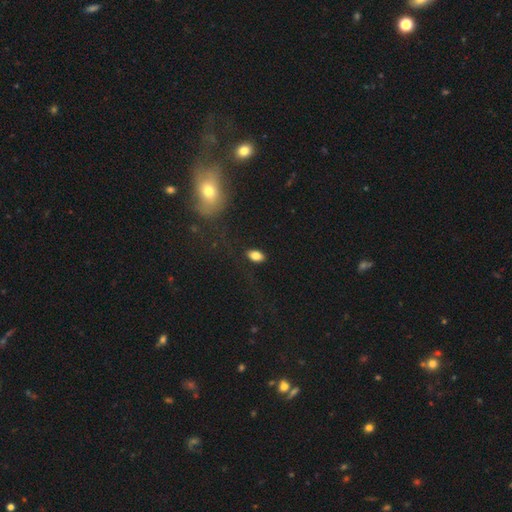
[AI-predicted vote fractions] A smooth galaxy with no disk features (82%) that is in between round and cigar-shaped (88%).

Vote fractions:
- Smooth or featured? smooth: 82% / star or artifact: 9% / featured or disk: 9%
- How rounded? in between: 88% / round: 10% / cigar-shaped: 2%
- Merging? none: 84% / minor disturbance: 11% / major disturbance: 4% / merger: 1%